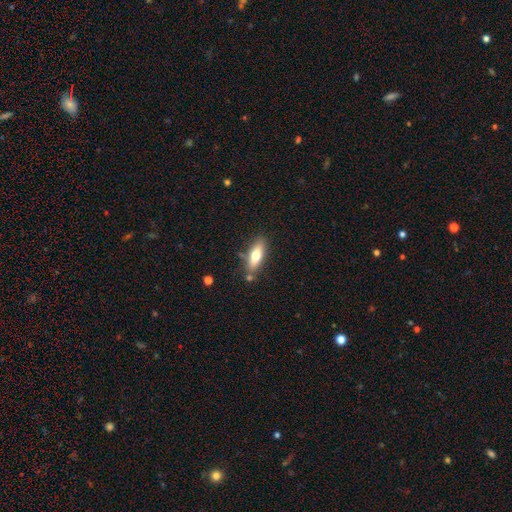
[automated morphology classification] This is likely a smooth galaxy (67%). How rounded: likely in between (61%). Merging: likely none (75%).